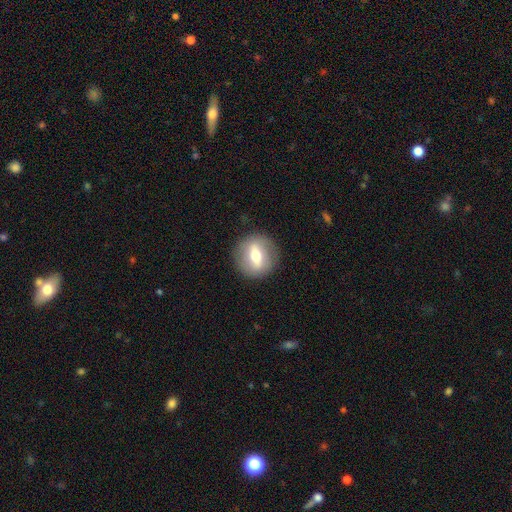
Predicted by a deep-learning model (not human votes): A featured or disk galaxy (48%).

Vote fractions:
- Smooth or featured? featured or disk: 48% / smooth: 44% / star or artifact: 8%
- Merging? none: 87% / minor disturbance: 8% / major disturbance: 3% / merger: 1%